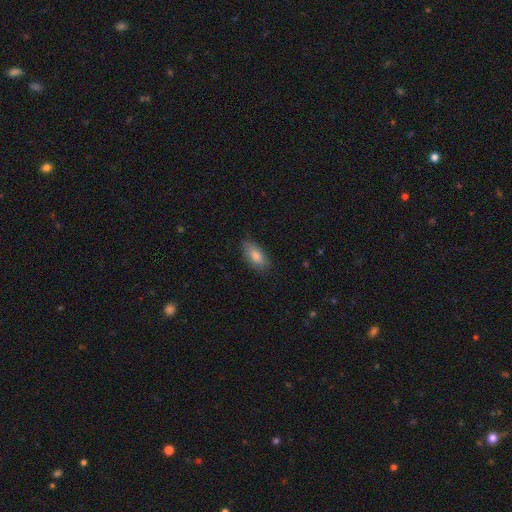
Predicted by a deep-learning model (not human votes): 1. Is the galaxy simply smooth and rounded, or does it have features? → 80% smooth, 13% featured or disk, 7% star or artifact.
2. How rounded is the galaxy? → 87% in between, 9% cigar-shaped, 3% round.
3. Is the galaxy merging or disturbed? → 82% none, 14% minor disturbance, 3% major disturbance, 1% merger.